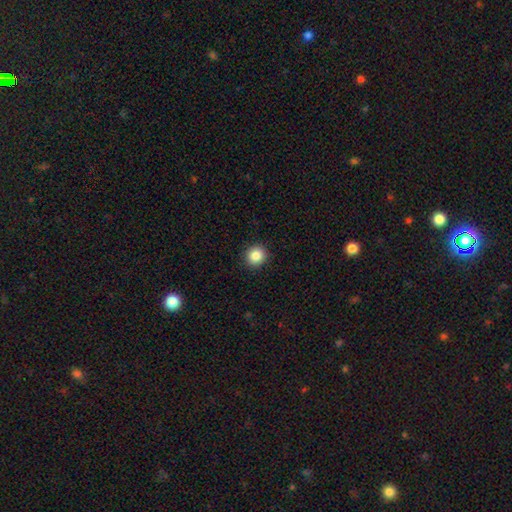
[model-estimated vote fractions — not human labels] smooth_or_featured: smooth (p=0.86) [alt: star or artifact p=0.10]
how_rounded: round (p=0.90) [alt: in between p=0.09]
merging: none (p=0.92) [alt: minor disturbance p=0.05]